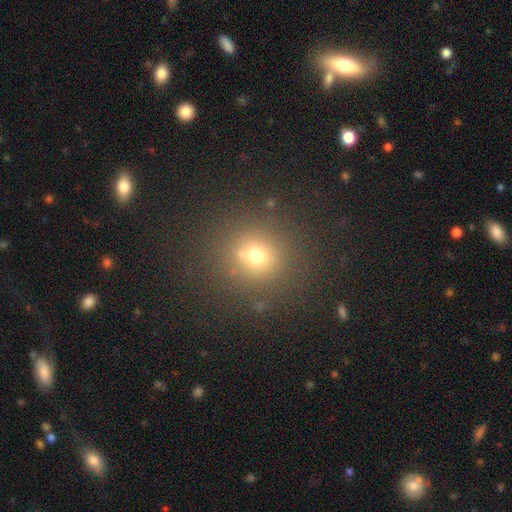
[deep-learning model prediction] smooth_or_featured: smooth (p=0.67) [alt: star or artifact p=0.22]
how_rounded: round (p=0.89) [alt: in between p=0.10]
merging: none (p=0.78) [alt: merger p=0.09]